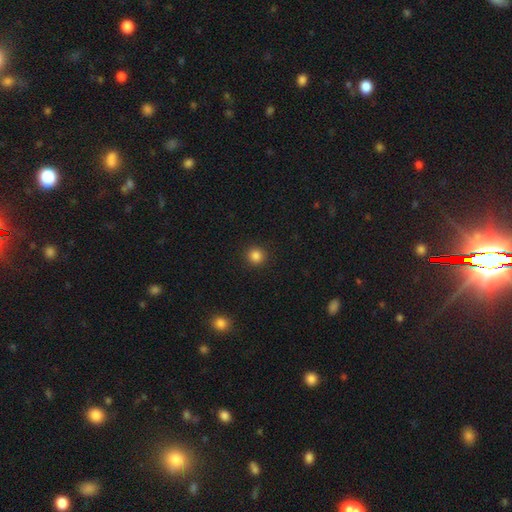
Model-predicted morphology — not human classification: This appears to be a smooth galaxy with no disk features (85%) that is round (94%). Merging: none (92%).